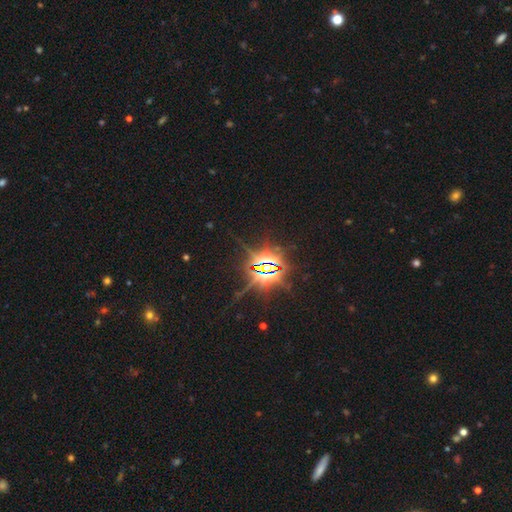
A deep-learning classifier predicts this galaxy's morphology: smooth-or-featured: star or artifact: 85% | featured or disk: 9% | smooth: 6%